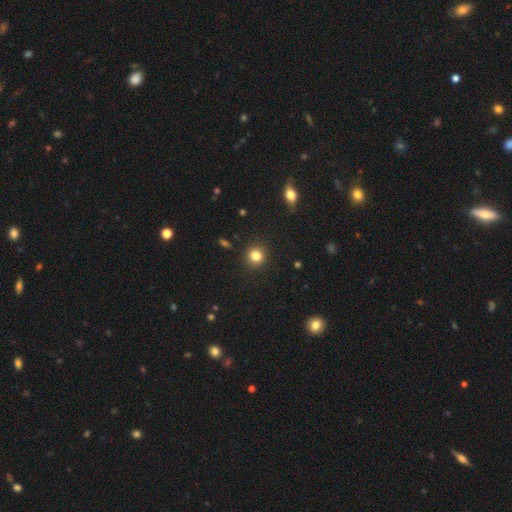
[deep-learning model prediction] smooth 82%, star or artifact 12%, featured or disk 6%. Down the decision tree: how rounded — round (89%); merging — none (91%).